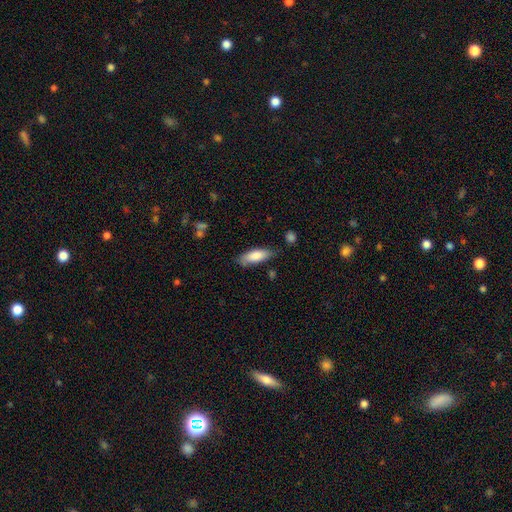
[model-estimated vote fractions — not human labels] Smooth or featured: smooth — 81% (featured or disk — 13%)
How rounded: in between — 63% (cigar-shaped — 36%)
Merging: none — 72% (minor disturbance — 21%)